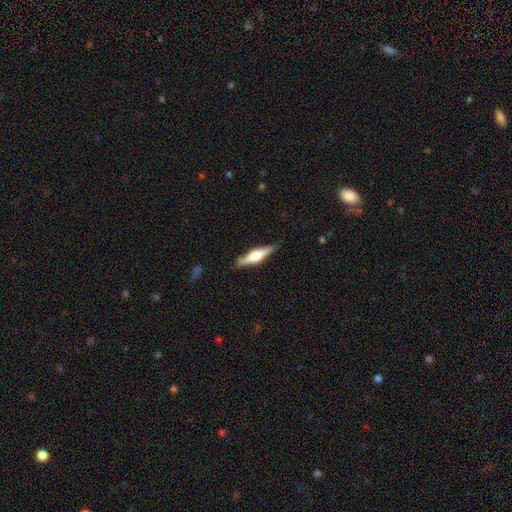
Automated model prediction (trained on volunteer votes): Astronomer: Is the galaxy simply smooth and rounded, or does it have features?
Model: featured or disk — 59% (runner-up: smooth, 35%).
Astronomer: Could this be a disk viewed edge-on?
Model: yes — 95%.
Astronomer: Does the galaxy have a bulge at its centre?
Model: rounded — 90%.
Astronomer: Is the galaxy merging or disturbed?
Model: none — 85%.